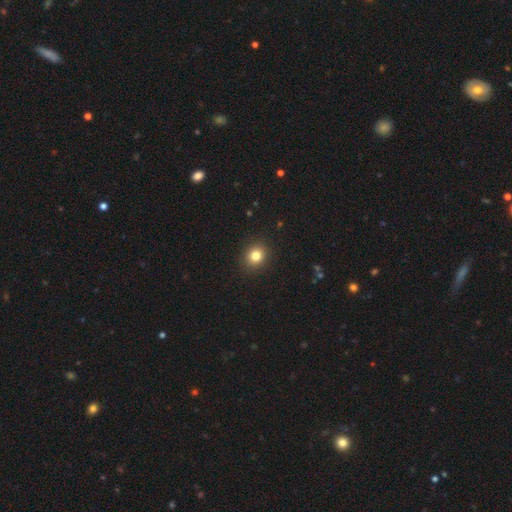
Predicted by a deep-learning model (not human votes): Morphology: type=smooth (82%); roundness=round (73%); merging=none (91%).